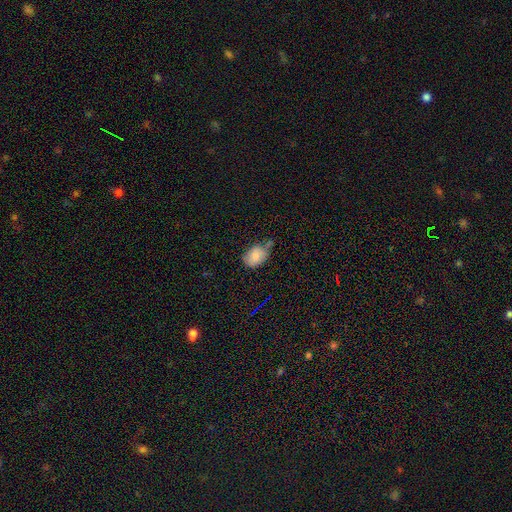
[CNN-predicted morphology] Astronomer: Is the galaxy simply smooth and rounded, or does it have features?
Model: smooth — 78%.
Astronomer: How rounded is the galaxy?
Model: in between — 69%.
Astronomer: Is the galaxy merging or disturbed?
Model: none — 48% (runner-up: minor disturbance, 33%).